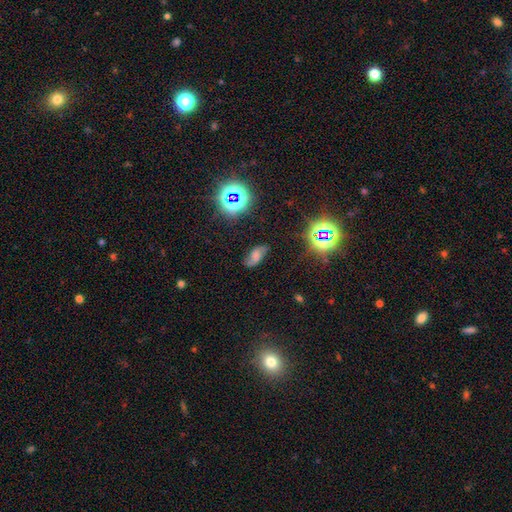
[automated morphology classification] type=featured or disk (45%); merging=none (70%).